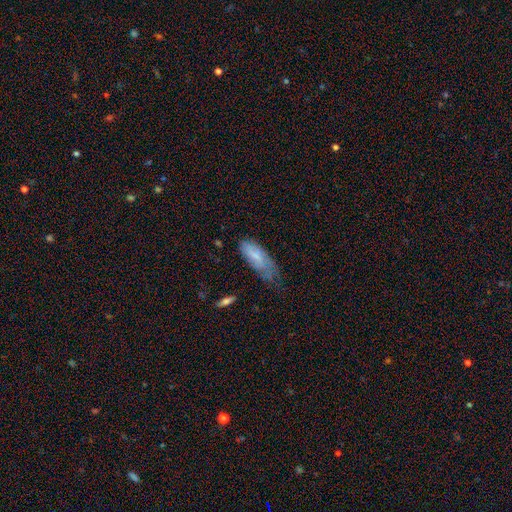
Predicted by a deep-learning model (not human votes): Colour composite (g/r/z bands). It shows a smooth galaxy with no disk features (66%) that is in between round and cigar-shaped (74%). Merging: minor disturbance (42%).